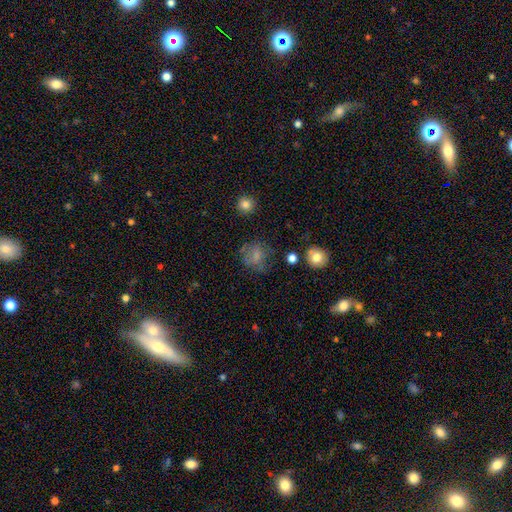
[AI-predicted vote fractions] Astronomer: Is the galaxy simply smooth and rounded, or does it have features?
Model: smooth — 71%.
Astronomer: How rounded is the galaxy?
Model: round — 75%.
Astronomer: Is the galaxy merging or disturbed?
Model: none — 57%.